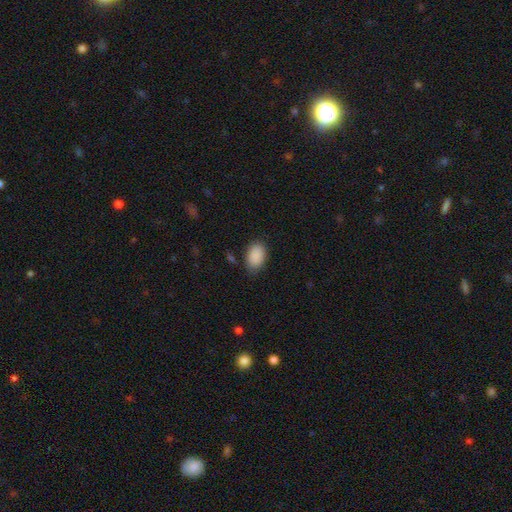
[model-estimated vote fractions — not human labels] Smooth or featured: smooth — 90% (star or artifact — 7%)
How rounded: in between — 90% (round — 9%)
Merging: none — 82% (minor disturbance — 13%)